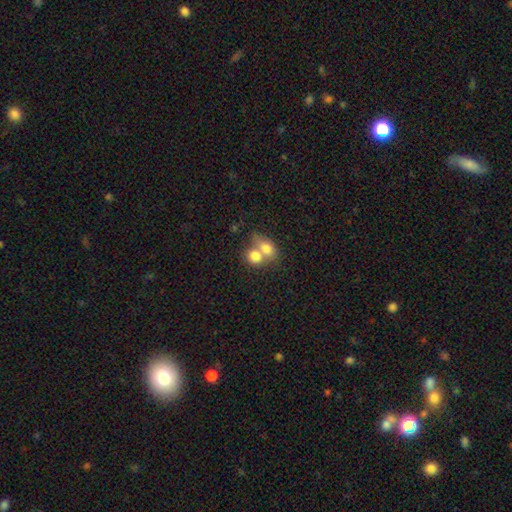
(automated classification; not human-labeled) A smooth galaxy with no disk features (77%) that is round (54%).

Vote fractions:
- Smooth or featured? smooth: 77% / featured or disk: 15% / star or artifact: 8%
- How rounded? round: 54% / in between: 44% / cigar-shaped: 2%
- Merging? merger: 70% / none: 21% / minor disturbance: 6% / major disturbance: 3%